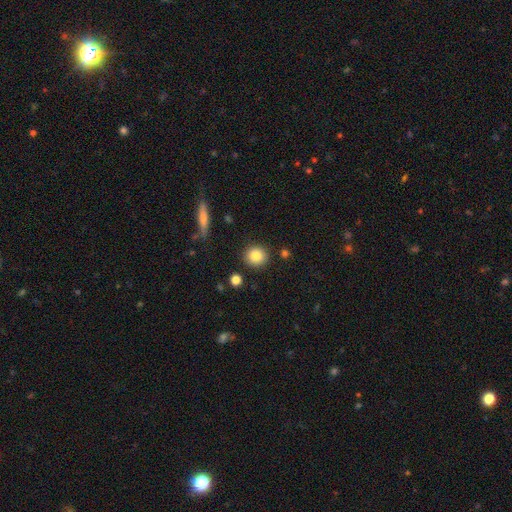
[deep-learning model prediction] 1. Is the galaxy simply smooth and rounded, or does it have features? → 84% smooth, 9% star or artifact, 7% featured or disk.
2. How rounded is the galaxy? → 88% round, 10% in between, 1% cigar-shaped.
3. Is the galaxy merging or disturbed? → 89% none, 7% minor disturbance, 2% merger, 2% major disturbance.